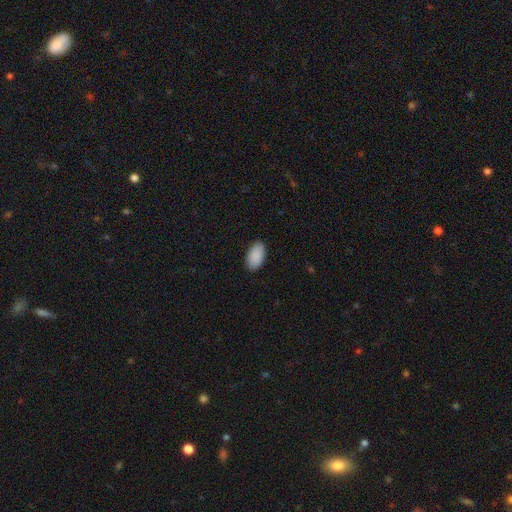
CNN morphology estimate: Smooth or featured? smooth (91%)
How rounded? in between (96%)
Merging? none (88%)